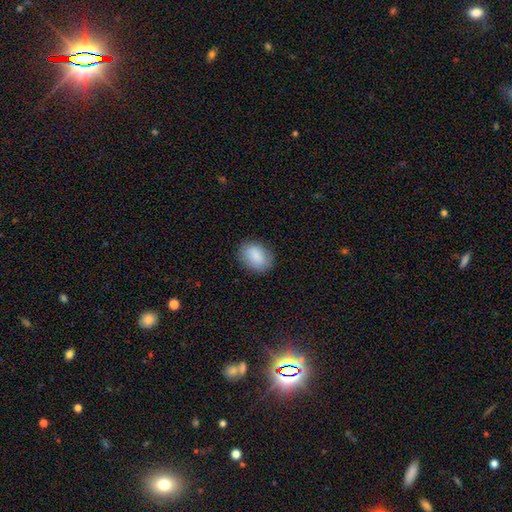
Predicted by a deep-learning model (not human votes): Smooth or featured? smooth (87%)
How rounded? in between (72%)
Merging? none (83%)